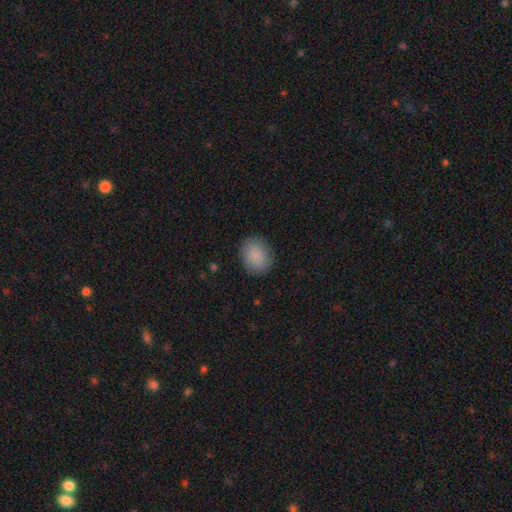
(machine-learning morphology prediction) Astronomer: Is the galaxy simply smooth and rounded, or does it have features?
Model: smooth — 87%.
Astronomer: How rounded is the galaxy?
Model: round — 69%.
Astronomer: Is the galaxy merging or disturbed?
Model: none — 84%.